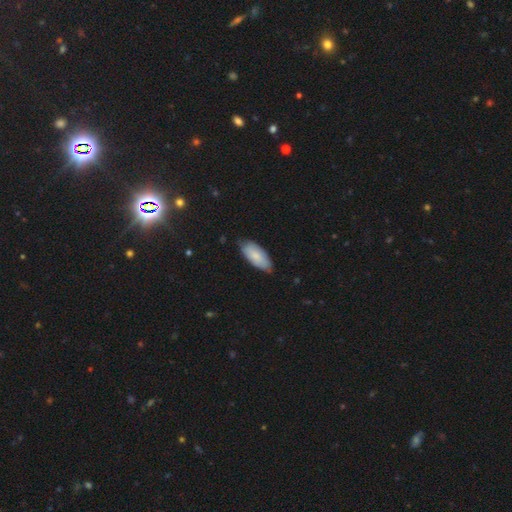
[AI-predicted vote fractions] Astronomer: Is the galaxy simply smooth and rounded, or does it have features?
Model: smooth — 79%.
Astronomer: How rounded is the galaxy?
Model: in between — 88%.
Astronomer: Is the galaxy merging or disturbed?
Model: none — 72%.